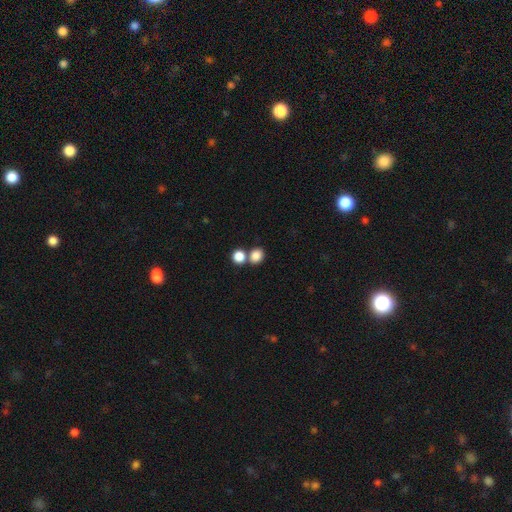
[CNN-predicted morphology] Overall: smooth (84%). How rounded: round (71%). Merging: none (55%; merger 35%).